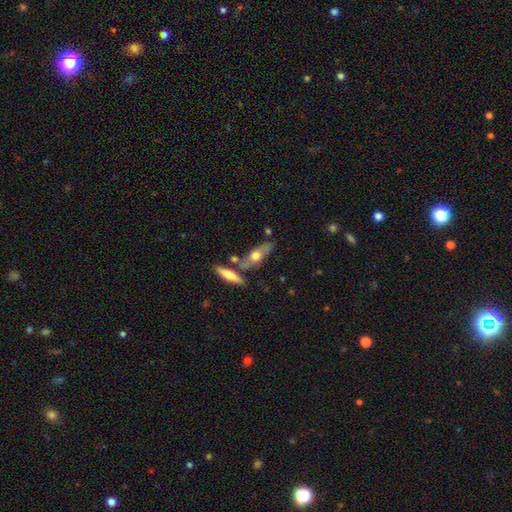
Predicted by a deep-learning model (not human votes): This appears to be a smooth galaxy with no disk features (52%) that is in between round and cigar-shaped (49%). Merging: none (63%).